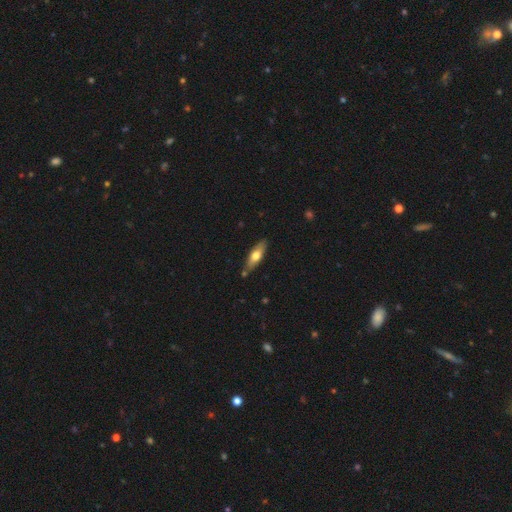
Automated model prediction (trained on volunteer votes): Overall: smooth (59%; featured or disk 36%). How rounded: cigar-shaped (52%; in between 46%). Merging: none (80%).